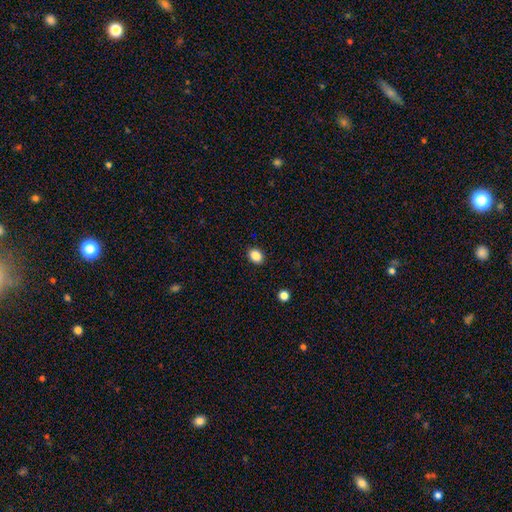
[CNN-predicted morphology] A smooth galaxy with no disk features (86%) that is in between round and cigar-shaped (62%).

Vote fractions:
- Smooth or featured? smooth: 86% / star or artifact: 10% / featured or disk: 4%
- How rounded? in between: 62% / round: 37% / cigar-shaped: 1%
- Merging? none: 90% / minor disturbance: 7% / major disturbance: 2% / merger: 1%